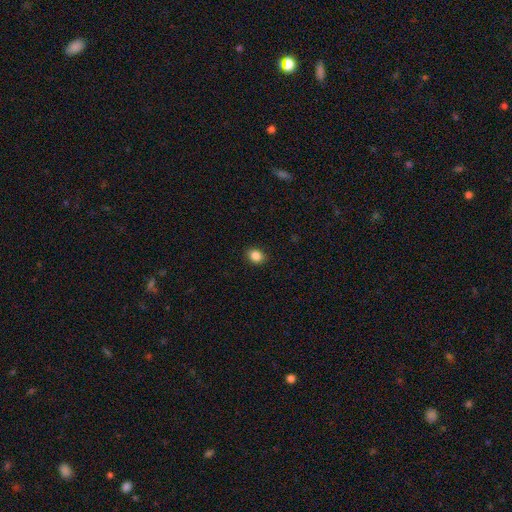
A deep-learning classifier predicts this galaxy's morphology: Q: Smooth or featured?
A: smooth (86%); runner-up: star or artifact (10%)
Q: How rounded?
A: in between (50%); runner-up: round (49%)
Q: Merging?
A: none (90%); runner-up: minor disturbance (7%)